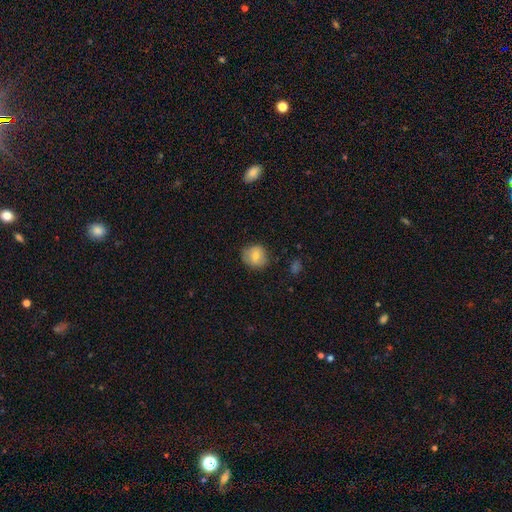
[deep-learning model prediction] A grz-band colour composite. It shows a smooth galaxy with no disk features (76%) that is round (83%). Merging: none (80%).